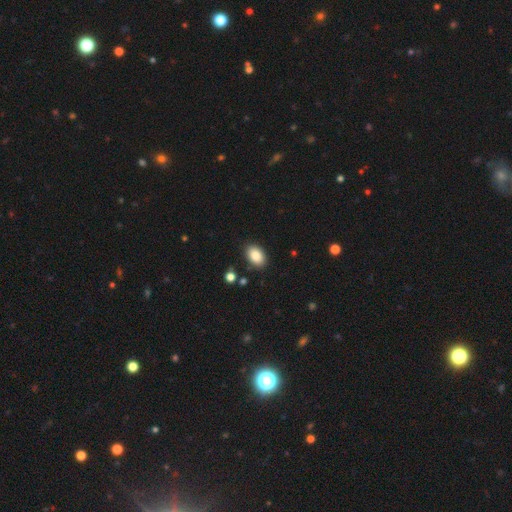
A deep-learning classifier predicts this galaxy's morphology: smooth_or_featured: smooth (p=0.87) [alt: star or artifact p=0.08]
how_rounded: in between (p=0.87) [alt: round p=0.12]
merging: none (p=0.86) [alt: minor disturbance p=0.09]